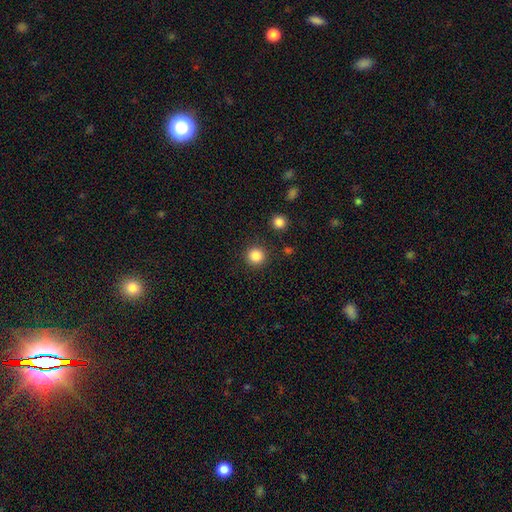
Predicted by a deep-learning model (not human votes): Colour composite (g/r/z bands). It shows a smooth galaxy with no disk features (85%) that is round (94%). Merging: none (90%).